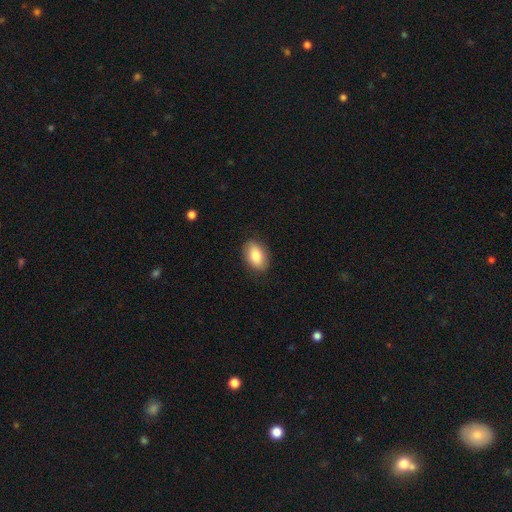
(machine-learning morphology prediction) smooth 83%, featured or disk 11%, star or artifact 7%. Down the decision tree: how rounded — in between (88%); merging — none (86%).